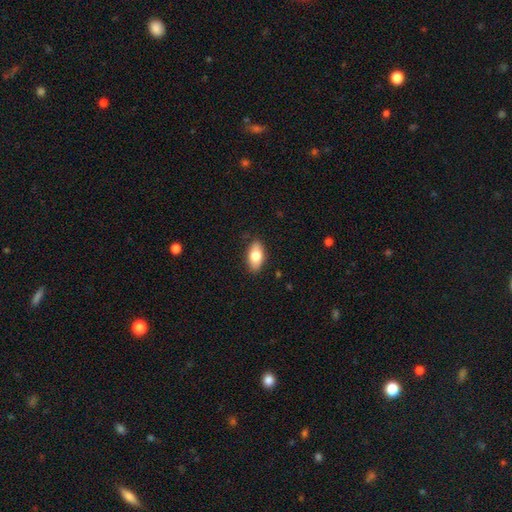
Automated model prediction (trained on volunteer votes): This appears to be a smooth galaxy with no disk features (77%) that is in between round and cigar-shaped (90%). Merging: none (86%).